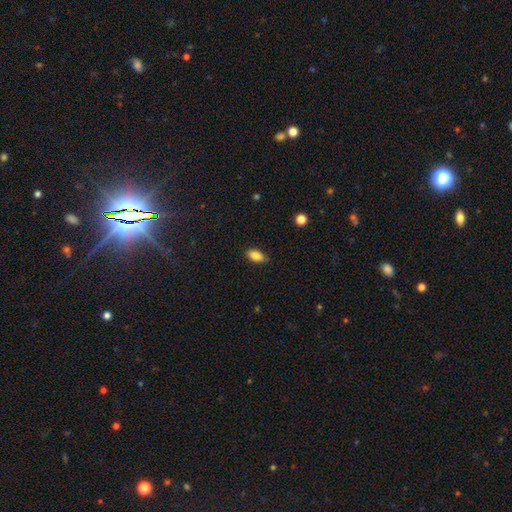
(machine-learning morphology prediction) Q: Smooth or featured?
A: smooth (85%); runner-up: star or artifact (8%)
Q: How rounded?
A: in between (89%); runner-up: round (5%)
Q: Merging?
A: none (82%); runner-up: minor disturbance (14%)